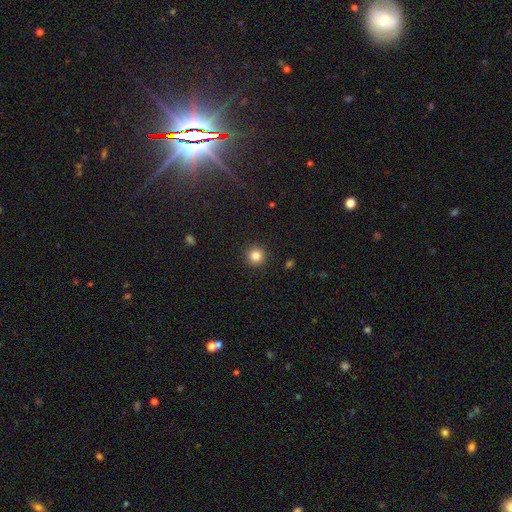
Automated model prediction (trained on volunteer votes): Smooth or featured?
  - smooth: 85% *
  - star or artifact: 11%
  - featured or disk: 4%
How rounded?
  - round: 95% *
  - in between: 4%
  - cigar-shaped: 1%
Merging?
  - none: 92% *
  - minor disturbance: 5%
  - major disturbance: 2%
  - merger: 1%